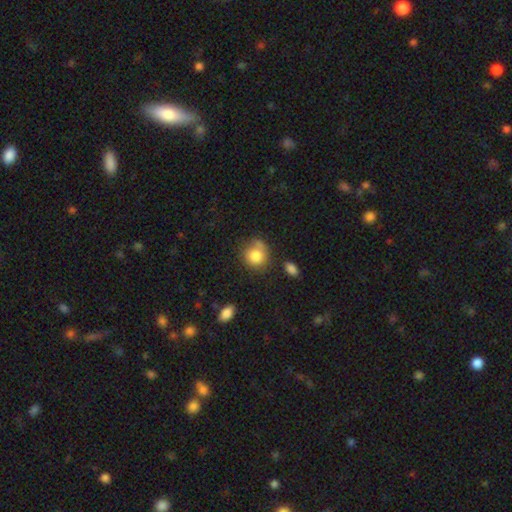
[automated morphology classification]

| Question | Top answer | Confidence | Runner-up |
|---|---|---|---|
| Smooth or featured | smooth | 82% | featured or disk (10%) |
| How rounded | round | 80% | in between (19%) |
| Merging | none | 57% | minor disturbance (23%) |